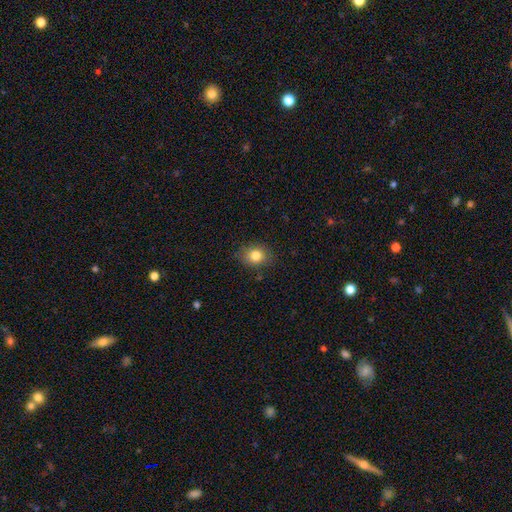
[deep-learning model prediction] Morphology: type=smooth (81%); roundness=round (55%); merging=none (83%).